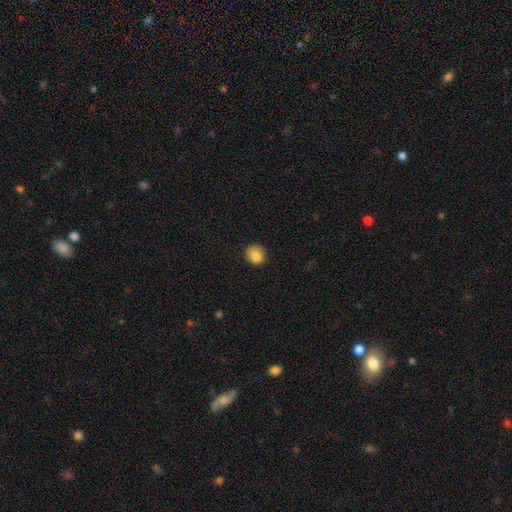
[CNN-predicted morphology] type=smooth (85%); roundness=round (70%); merging=none (75%).